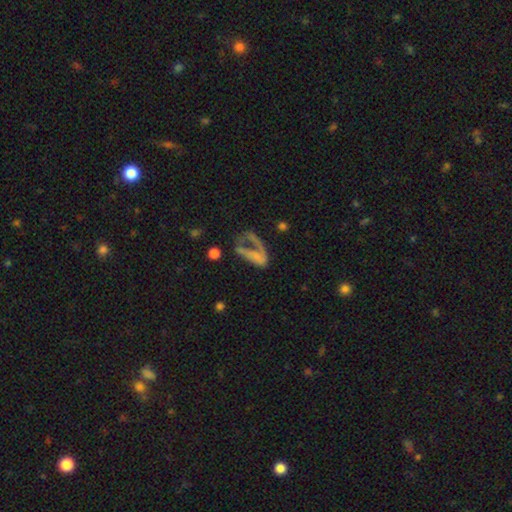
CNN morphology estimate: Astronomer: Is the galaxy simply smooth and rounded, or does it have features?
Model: featured or disk — 48% (runner-up: smooth, 39%).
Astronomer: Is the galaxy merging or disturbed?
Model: major disturbance — 57%.